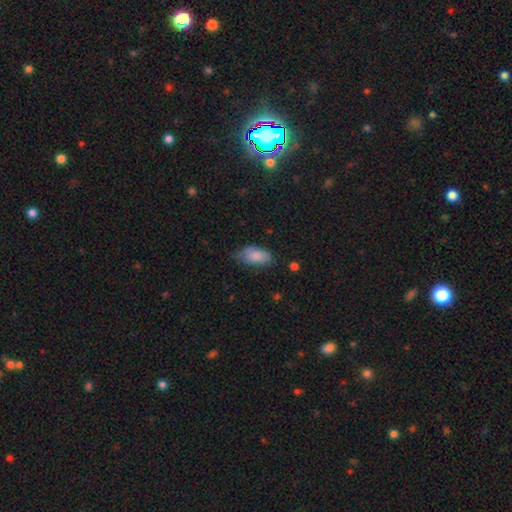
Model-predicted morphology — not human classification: smooth 84%, featured or disk 9%, star or artifact 7%. Down the decision tree: how rounded — in between (92%); merging — none (57%).